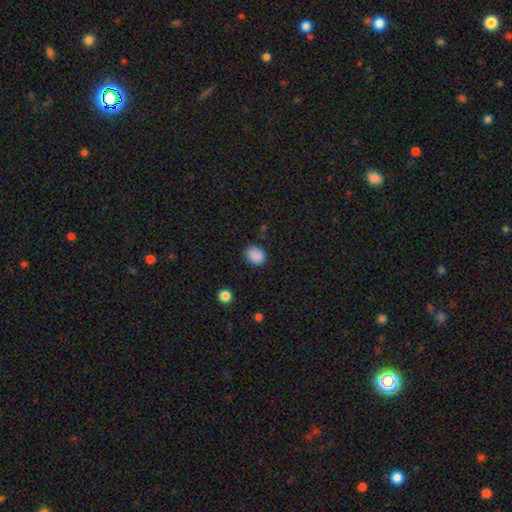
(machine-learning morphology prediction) This appears to be a smooth galaxy with no disk features (88%) that is in between round and cigar-shaped (51%). Merging: none (84%).